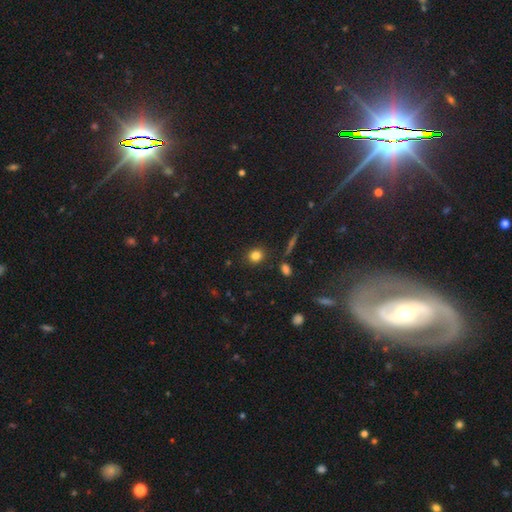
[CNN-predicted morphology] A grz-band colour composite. It shows a smooth galaxy with no disk features (82%) that is round (77%). Merging: none (86%).